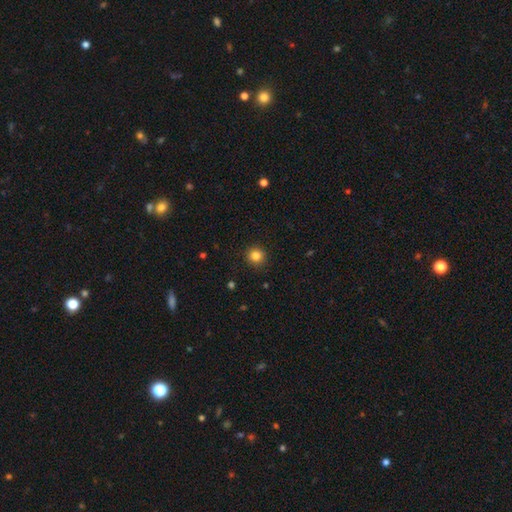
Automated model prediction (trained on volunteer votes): Smooth or featured? smooth (84%)
How rounded? round (92%)
Merging? none (90%)